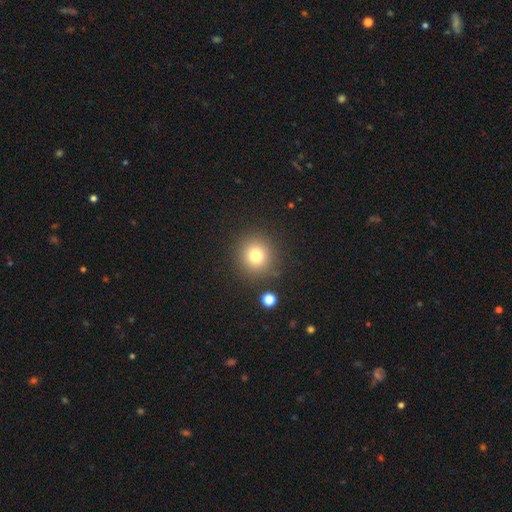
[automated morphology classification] Smooth or featured: smooth — 78% (star or artifact — 14%)
How rounded: round — 92% (in between — 7%)
Merging: none — 86% (minor disturbance — 8%)